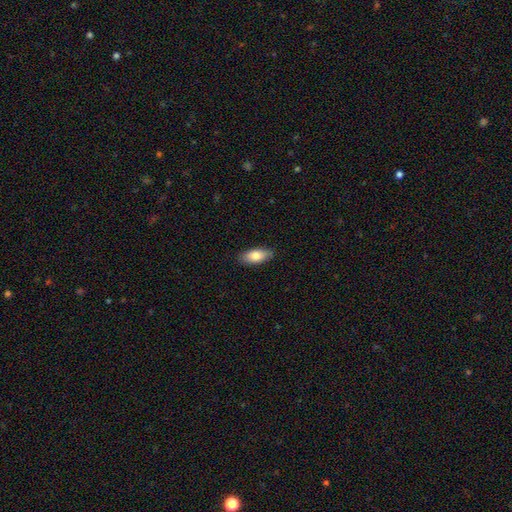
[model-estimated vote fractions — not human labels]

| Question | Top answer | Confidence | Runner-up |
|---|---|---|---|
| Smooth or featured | smooth | 79% | featured or disk (15%) |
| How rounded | in between | 88% | cigar-shaped (10%) |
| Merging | none | 88% | minor disturbance (10%) |